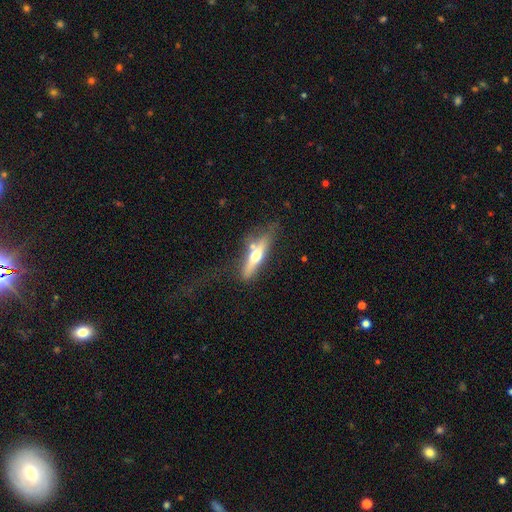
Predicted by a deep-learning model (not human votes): Smooth or featured?
  - featured or disk: 54% *
  - smooth: 40%
  - star or artifact: 6%
Edge-on disk?
  - yes: 88% *
  - no: 12%
Merging?
  - none: 60% *
  - minor disturbance: 19%
  - merger: 12%
  - major disturbance: 8%